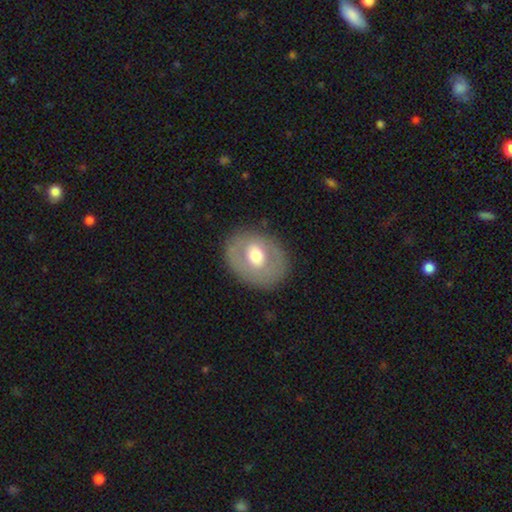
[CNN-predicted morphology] type=smooth (49%); merging=none (81%).